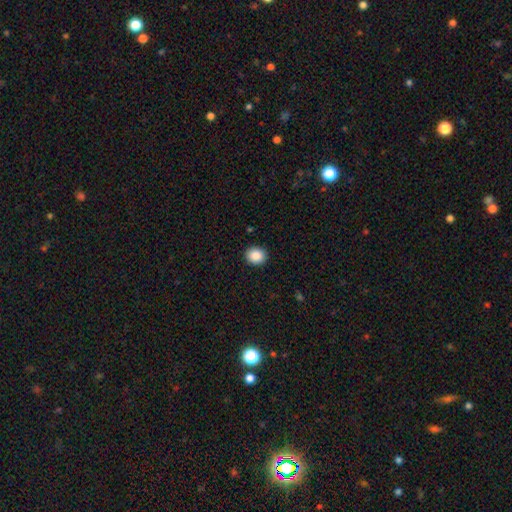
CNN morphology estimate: The model was most divided on "how rounded": round: 72%, in between: 27%, cigar-shaped: 1%. More confident: merging — none (91%); smooth or featured — smooth (88%).